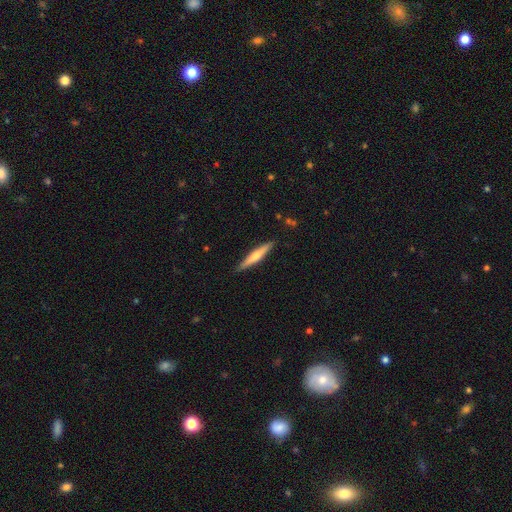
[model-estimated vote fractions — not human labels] Smooth or featured?
  - featured or disk: 51% *
  - smooth: 43%
  - star or artifact: 5%
Edge-on disk?
  - yes: 95% *
  - no: 5%
Merging?
  - none: 89% *
  - minor disturbance: 8%
  - major disturbance: 2%
  - merger: 1%